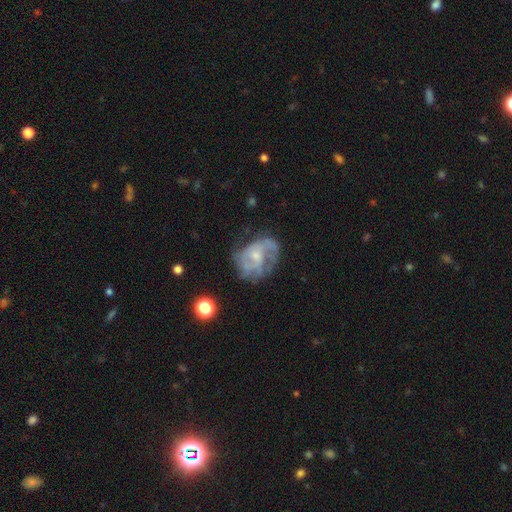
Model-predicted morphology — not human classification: Overall: featured or disk (72%). Edge-on disk: no (98%). Bar: no (68%). Spiral arms: yes (76%). Spiral arm count: can't tell (36%; 2 31%). Spiral winding: medium (43%; tight 34%). Bulge size: small (55%; moderate 31%). Merging: none (50%; minor disturbance 24%).